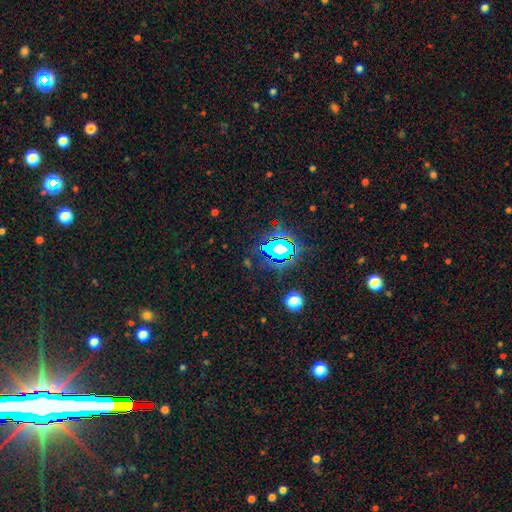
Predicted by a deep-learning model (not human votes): A star or artifact, not a galaxy (80%).

Vote fractions:
- Smooth or featured? star or artifact: 80% / smooth: 11% / featured or disk: 9%